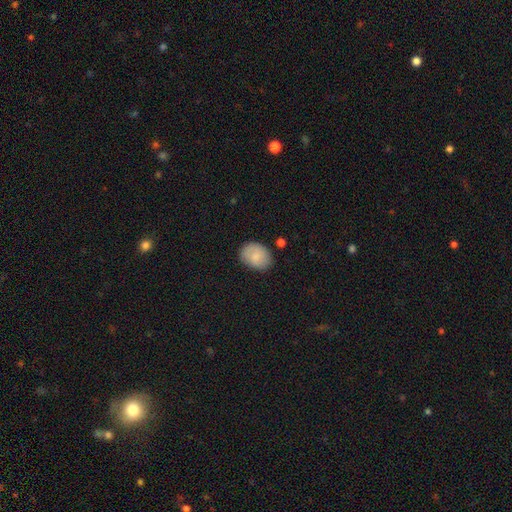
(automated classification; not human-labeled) This appears to be a smooth galaxy with no disk features (82%) that is in between round and cigar-shaped (67%). Merging: none (78%).